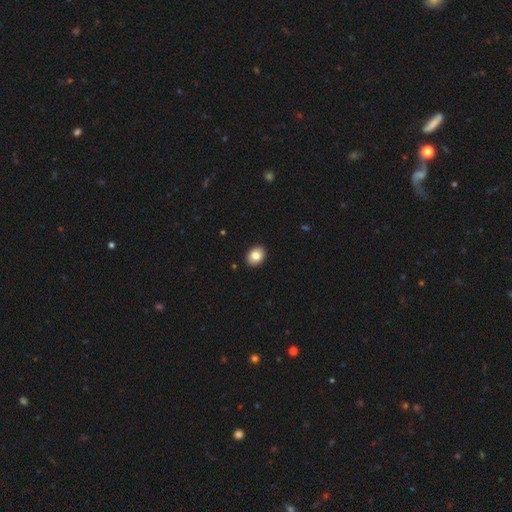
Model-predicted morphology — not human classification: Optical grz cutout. It shows a smooth galaxy with no disk features (85%) that is in between round and cigar-shaped (65%). Merging: none (91%).